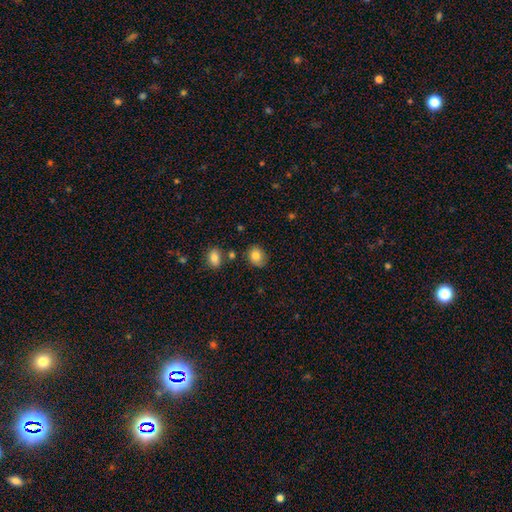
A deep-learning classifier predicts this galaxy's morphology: Smooth or featured? smooth (81%)
How rounded? round (59%)
Merging? none (75%)